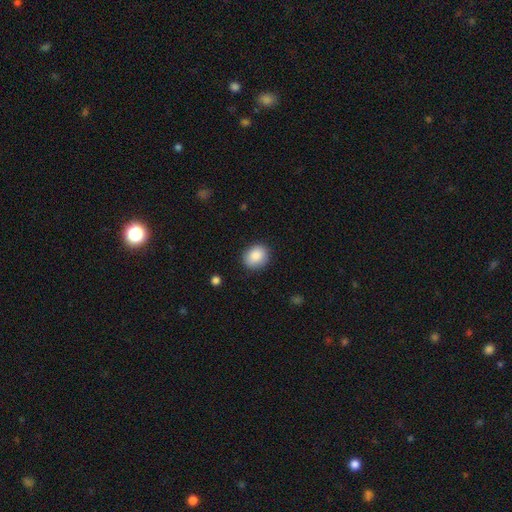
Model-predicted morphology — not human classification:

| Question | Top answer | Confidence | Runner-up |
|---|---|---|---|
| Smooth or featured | smooth | 87% | star or artifact (7%) |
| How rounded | round | 63% | in between (36%) |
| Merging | none | 87% | minor disturbance (10%) |